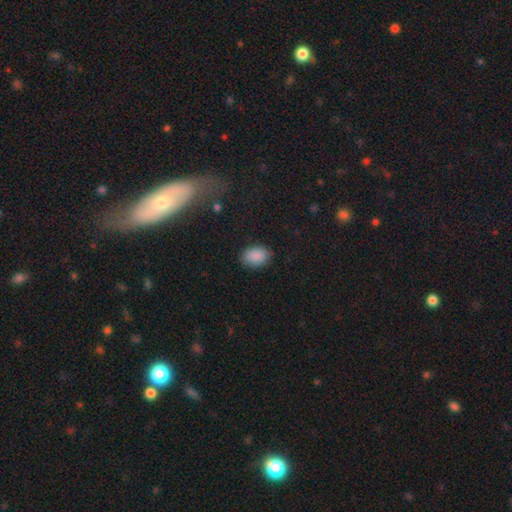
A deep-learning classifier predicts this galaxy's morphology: smooth 89%, star or artifact 8%, featured or disk 4%. Down the decision tree: how rounded — in between (85%); merging — none (85%).